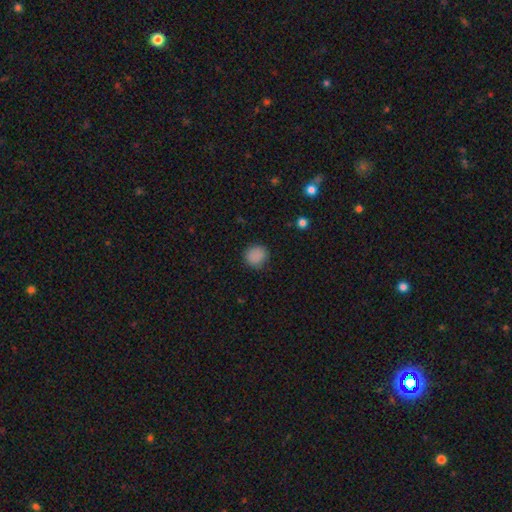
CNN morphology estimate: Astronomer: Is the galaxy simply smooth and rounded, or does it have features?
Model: smooth — 87%.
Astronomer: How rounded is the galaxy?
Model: round — 85%.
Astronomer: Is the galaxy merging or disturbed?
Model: none — 85%.